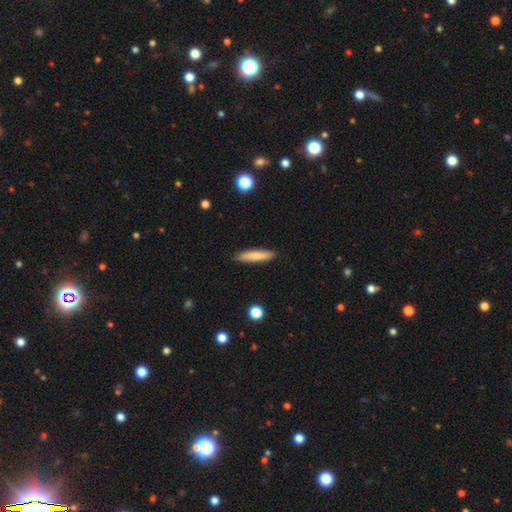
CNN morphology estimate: The model was most divided on "smooth or featured": smooth: 77%, featured or disk: 17%, star or artifact: 6%. More confident: merging — none (90%); how rounded — cigar-shaped (87%).